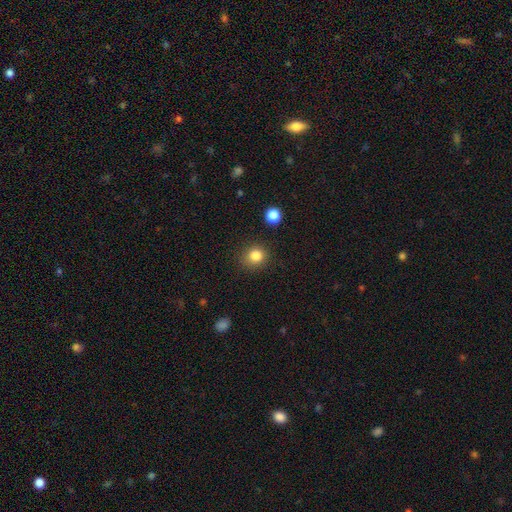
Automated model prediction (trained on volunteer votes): Smooth or featured? Predicted: smooth (p=0.84). How rounded? Predicted: round (p=0.79). Merging? Predicted: none (p=0.84).